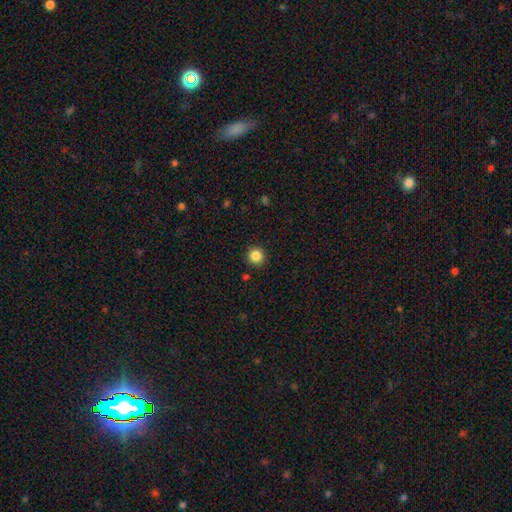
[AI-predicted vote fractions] smooth-or-featured: smooth: 86% | star or artifact: 11% | featured or disk: 4%
  how-rounded: round: 93% | in between: 6% | cigar-shaped: 1%
  merging: none: 91% | minor disturbance: 6% | major disturbance: 2% | merger: 1%